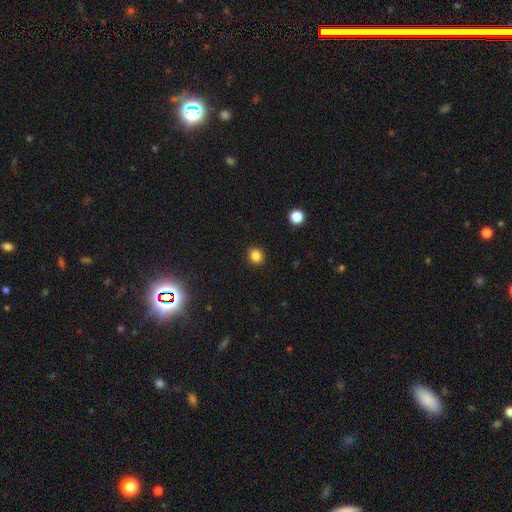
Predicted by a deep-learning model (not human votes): Smooth or featured? smooth (84%)
How rounded? round (87%)
Merging? none (92%)